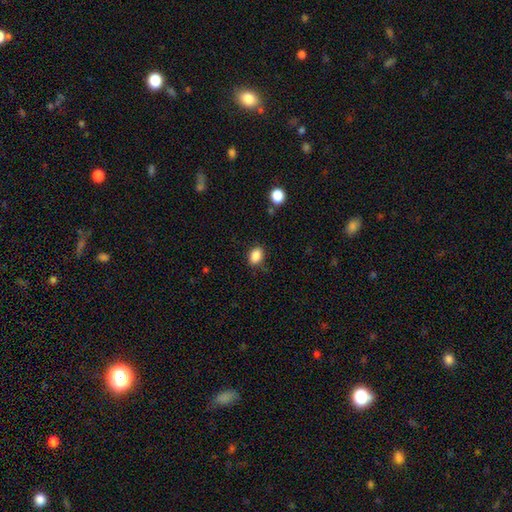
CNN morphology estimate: A smooth galaxy with no disk features (87%) that is in between round and cigar-shaped (75%).

Vote fractions:
- Smooth or featured? smooth: 87% / star or artifact: 9% / featured or disk: 4%
- How rounded? in between: 75% / round: 24% / cigar-shaped: 1%
- Merging? none: 82% / minor disturbance: 13% / major disturbance: 3% / merger: 2%